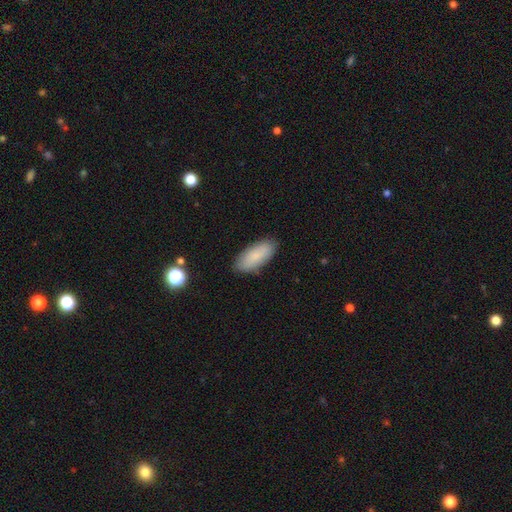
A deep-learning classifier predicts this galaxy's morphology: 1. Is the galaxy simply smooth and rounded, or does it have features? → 85% smooth, 8% featured or disk, 7% star or artifact.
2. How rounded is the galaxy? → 81% in between, 17% cigar-shaped, 2% round.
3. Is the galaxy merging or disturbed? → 86% none, 11% minor disturbance, 2% major disturbance, 1% merger.